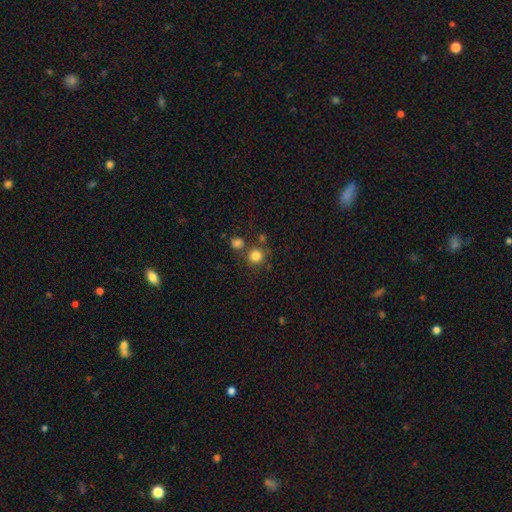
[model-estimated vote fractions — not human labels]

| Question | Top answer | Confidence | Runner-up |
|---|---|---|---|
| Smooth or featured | smooth | 82% | star or artifact (12%) |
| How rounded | round | 90% | in between (9%) |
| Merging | none | 72% | merger (15%) |